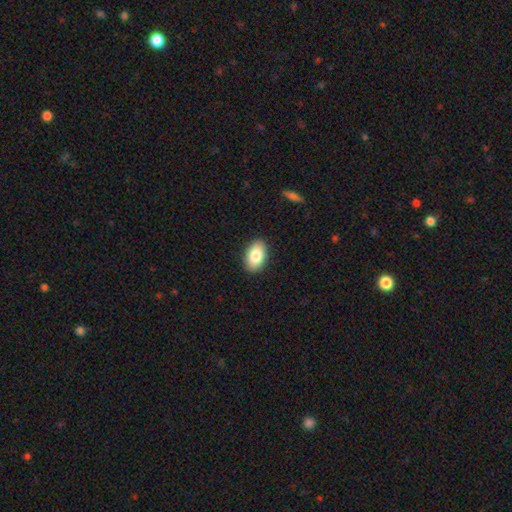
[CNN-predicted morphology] type=smooth (83%); roundness=in between (92%); merging=none (89%).